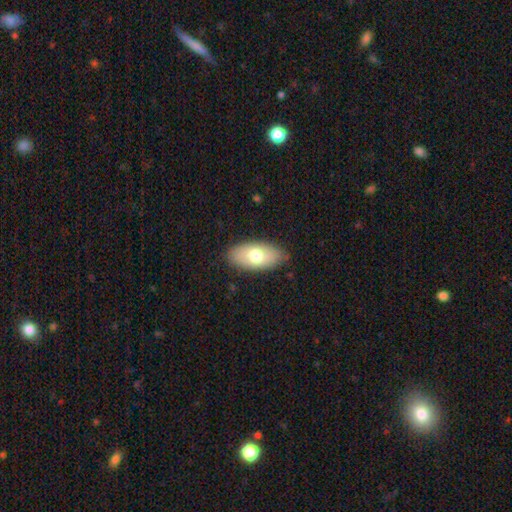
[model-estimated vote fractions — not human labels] A smooth galaxy with no disk features (71%) that is in between round and cigar-shaped (92%). Merging: none (84%).